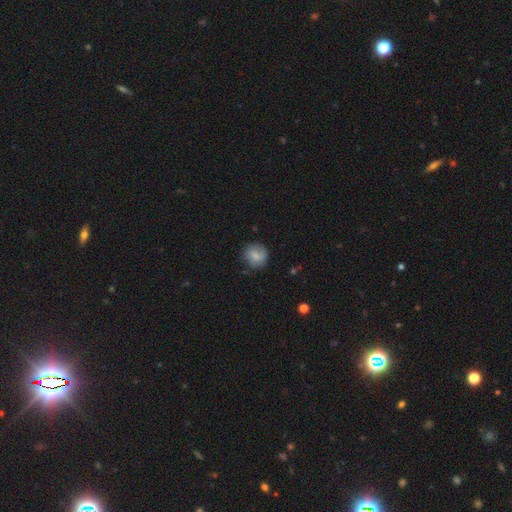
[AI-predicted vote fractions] Overall: smooth (71%). How rounded: round (84%). Merging: none (76%).